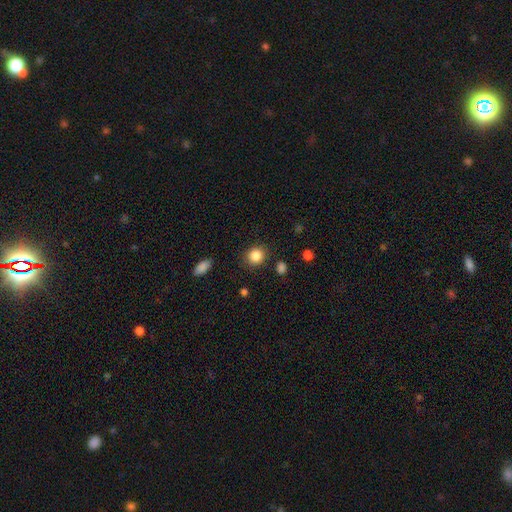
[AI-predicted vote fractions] Q: Smooth or featured?
A: smooth (85%); runner-up: star or artifact (10%)
Q: How rounded?
A: round (81%); runner-up: in between (18%)
Q: Merging?
A: none (87%); runner-up: minor disturbance (8%)